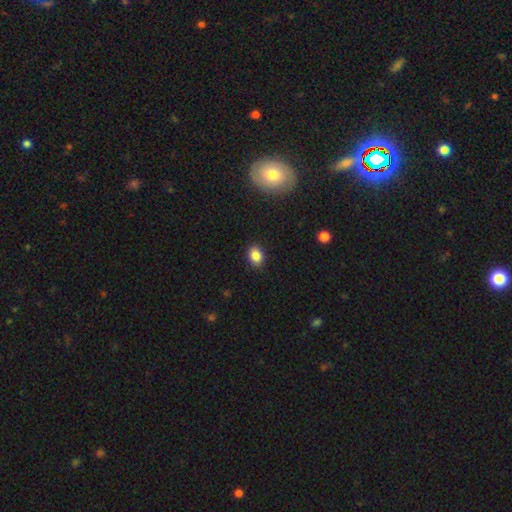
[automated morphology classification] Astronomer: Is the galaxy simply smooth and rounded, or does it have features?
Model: smooth — 86%.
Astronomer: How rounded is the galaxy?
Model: in between — 72%.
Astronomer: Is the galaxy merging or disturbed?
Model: none — 88%.